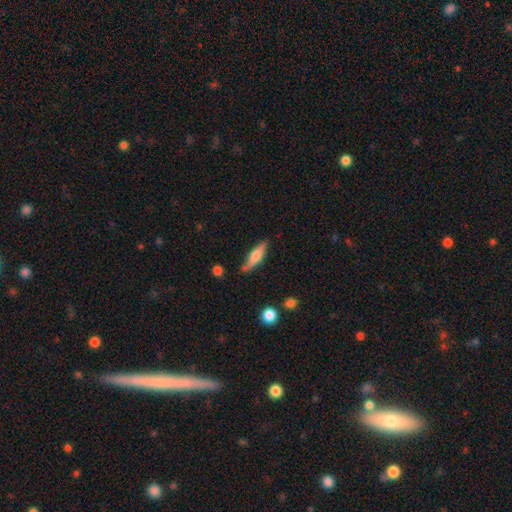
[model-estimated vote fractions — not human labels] This appears to be a smooth galaxy with no disk features (53%) that is cigar-shaped (67%). Merging: none (75%).